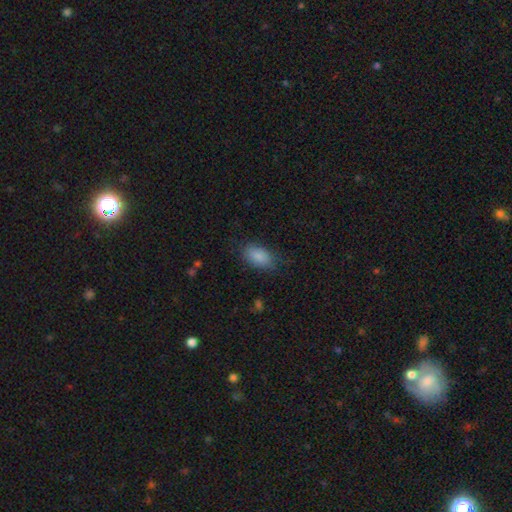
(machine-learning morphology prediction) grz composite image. It shows a smooth galaxy with no disk features (85%) that is in between round and cigar-shaped (91%). Merging: none (81%).